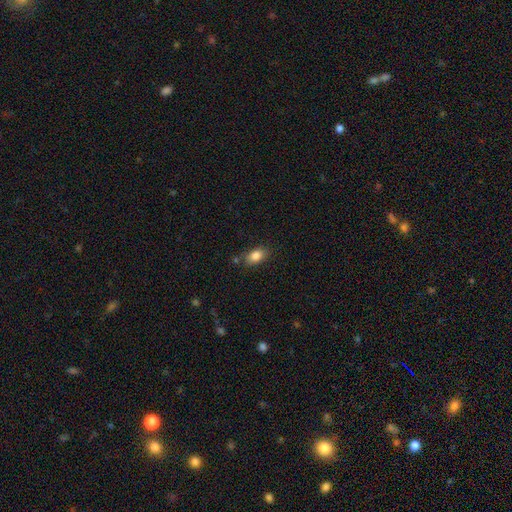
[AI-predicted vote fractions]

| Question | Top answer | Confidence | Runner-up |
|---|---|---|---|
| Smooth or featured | smooth | 84% | star or artifact (9%) |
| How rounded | in between | 87% | round (10%) |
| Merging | none | 76% | minor disturbance (15%) |